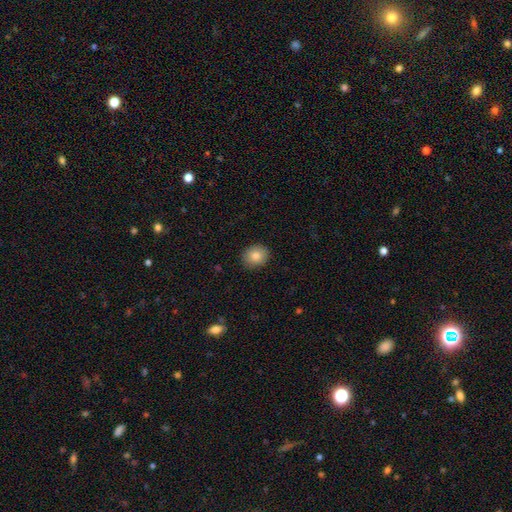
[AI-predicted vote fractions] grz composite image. It shows a smooth galaxy with no disk features (83%) that is round (65%). Merging: none (90%).